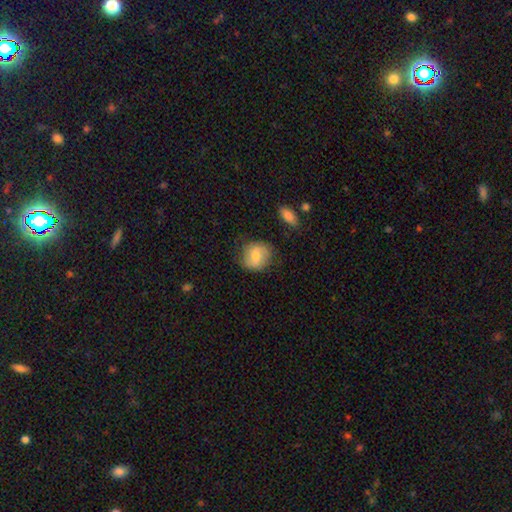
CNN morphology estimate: The model was most divided on "smooth or featured": smooth: 67%, featured or disk: 26%, star or artifact: 7%. More confident: how rounded — round (76%); merging — none (75%).